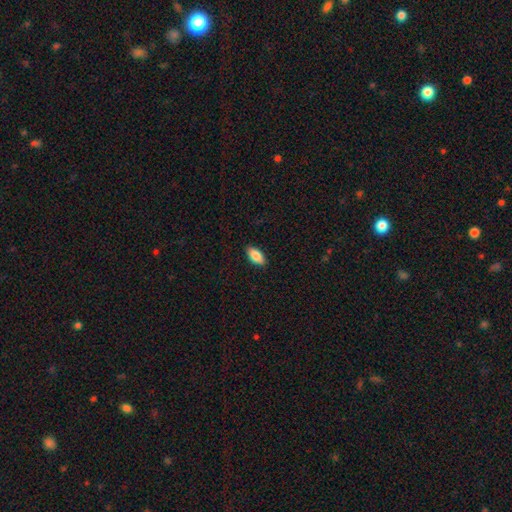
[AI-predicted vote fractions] smooth_or_featured: smooth (p=0.86) [alt: featured or disk p=0.08]
how_rounded: in between (p=0.91) [alt: cigar-shaped p=0.06]
merging: none (p=0.89) [alt: minor disturbance p=0.09]